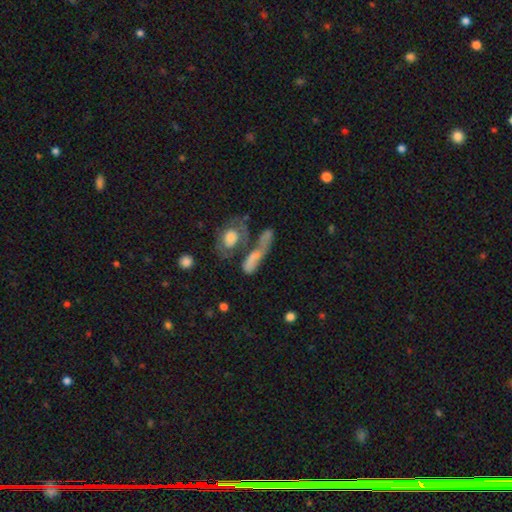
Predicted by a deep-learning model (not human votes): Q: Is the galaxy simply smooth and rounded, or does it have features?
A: smooth — 46%.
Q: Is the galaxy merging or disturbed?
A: merger — 43%.